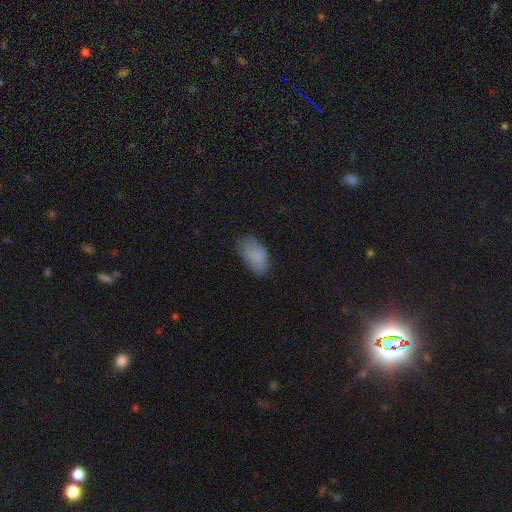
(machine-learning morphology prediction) Smooth or featured?
  - smooth: 83% *
  - featured or disk: 10%
  - star or artifact: 7%
How rounded?
  - in between: 94% *
  - round: 4%
  - cigar-shaped: 2%
Merging?
  - none: 71% *
  - minor disturbance: 22%
  - major disturbance: 6%
  - merger: 1%